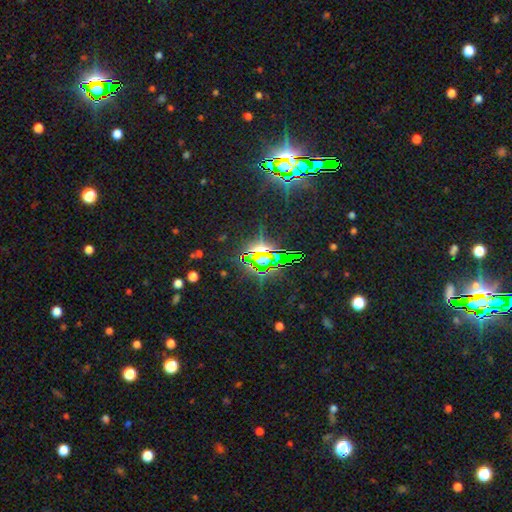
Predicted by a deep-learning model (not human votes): Q: Smooth or featured?
A: star or artifact (79%); runner-up: smooth (10%)